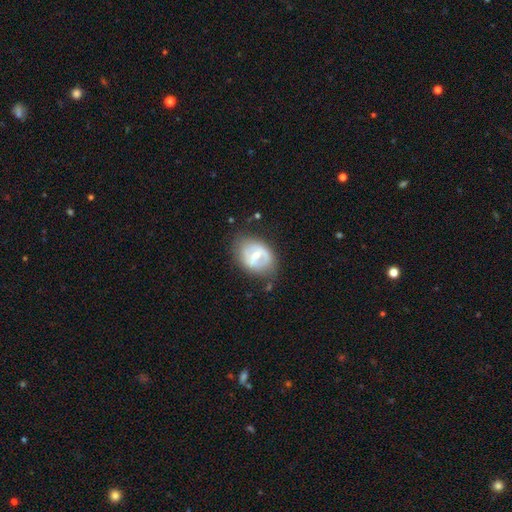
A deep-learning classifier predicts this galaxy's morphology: The model was most divided on "bar": strong: 48%, weak: 37%, no: 15%. More confident: edge-on disk — no (94%); spiral arms — no (70%); merging — none (67%); smooth or featured — featured or disk (64%); bulge size — moderate (62%).